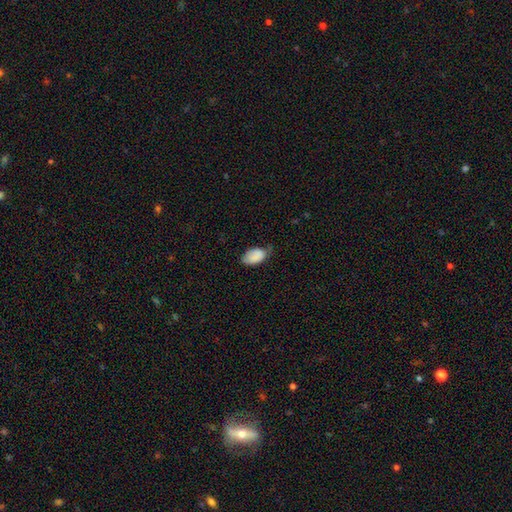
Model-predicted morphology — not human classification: smooth-or-featured: smooth: 86% | star or artifact: 7% | featured or disk: 7%
  how-rounded: in between: 94% | round: 5% | cigar-shaped: 1%
  merging: none: 48% | minor disturbance: 41% | major disturbance: 10% | merger: 2%